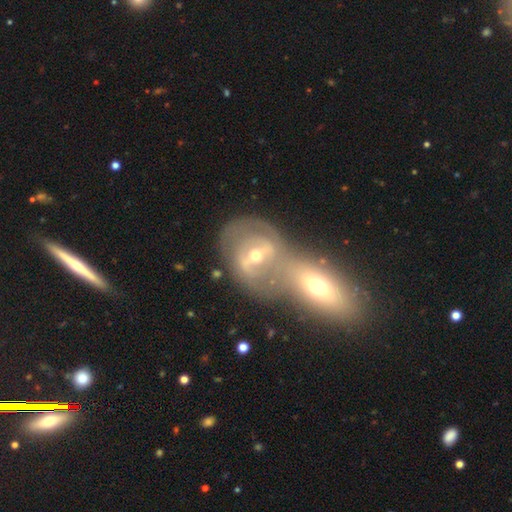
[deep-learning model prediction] smooth_or_featured: featured or disk (p=0.73) [alt: smooth p=0.19]
disk_edge_on: no (p=0.93) [alt: yes p=0.07]
bar: weak (p=0.40) [alt: strong p=0.37]
has_spiral_arms: yes (p=0.72) [alt: no p=0.28]
bulge_size: moderate (p=0.56) [alt: small p=0.40]
merging: merger (p=0.59) [alt: none p=0.27]